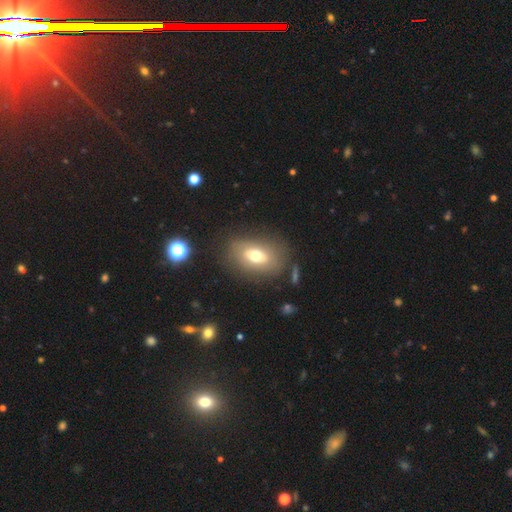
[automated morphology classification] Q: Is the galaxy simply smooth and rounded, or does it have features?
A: smooth — 64%.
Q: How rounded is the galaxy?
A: in between — 81%.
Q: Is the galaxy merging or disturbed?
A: none — 76%.